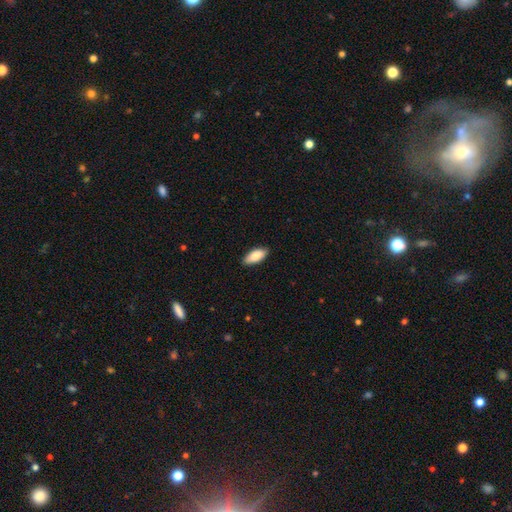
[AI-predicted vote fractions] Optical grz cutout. It shows a smooth galaxy with no disk features (86%) that is in between round and cigar-shaped (86%). Merging: none (86%).